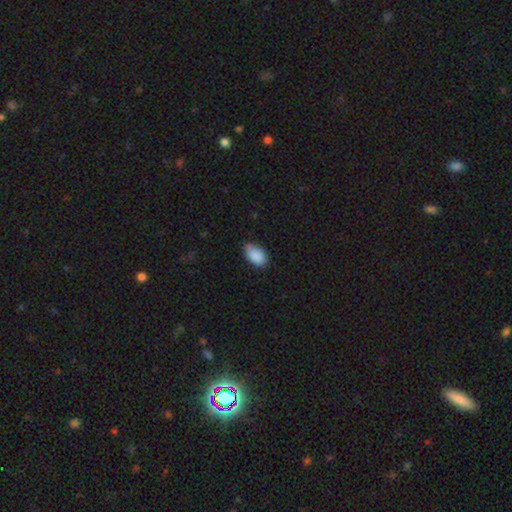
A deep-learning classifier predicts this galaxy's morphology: Q: Smooth or featured?
A: smooth (88%); runner-up: star or artifact (7%)
Q: How rounded?
A: in between (92%); runner-up: round (6%)
Q: Merging?
A: none (62%); runner-up: minor disturbance (32%)